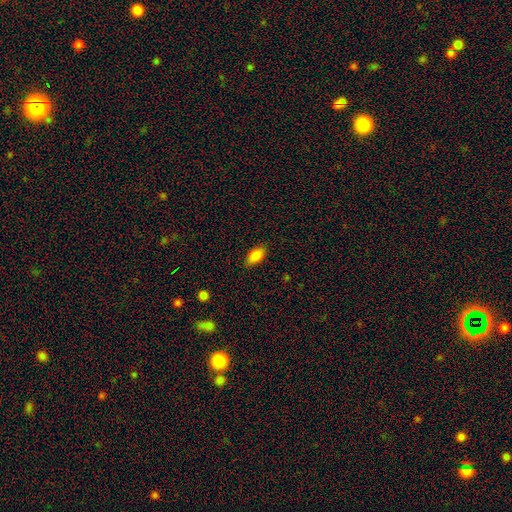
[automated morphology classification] Overall: smooth (85%). How rounded: in between (90%). Merging: none (85%).